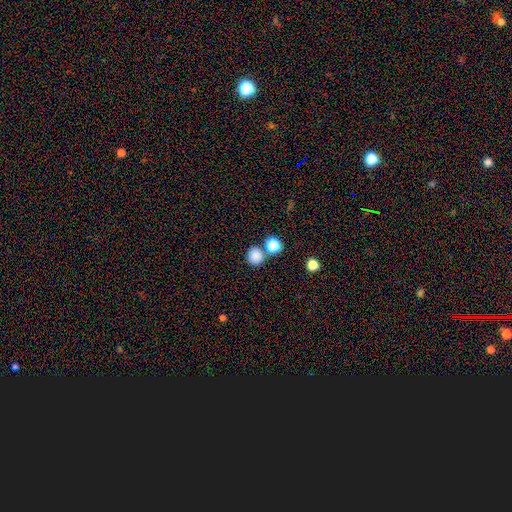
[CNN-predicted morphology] Smooth or featured? Predicted: smooth (p=0.84). How rounded? Predicted: round (p=0.90). Merging? Predicted: none (p=0.75).